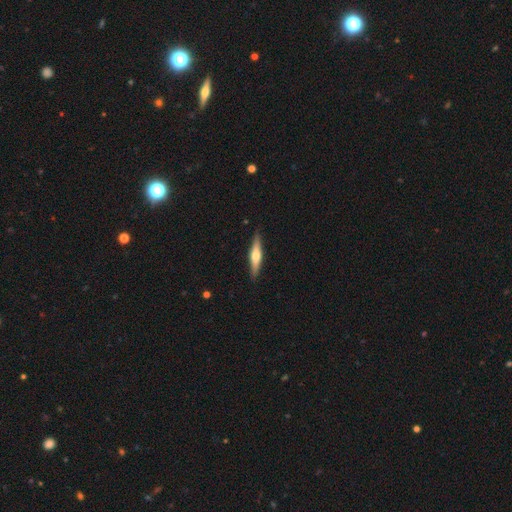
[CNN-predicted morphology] A featured or disk galaxy (53%) viewed edge-on (95%) with a rounded central bulge (90%). Merging: none (89%).